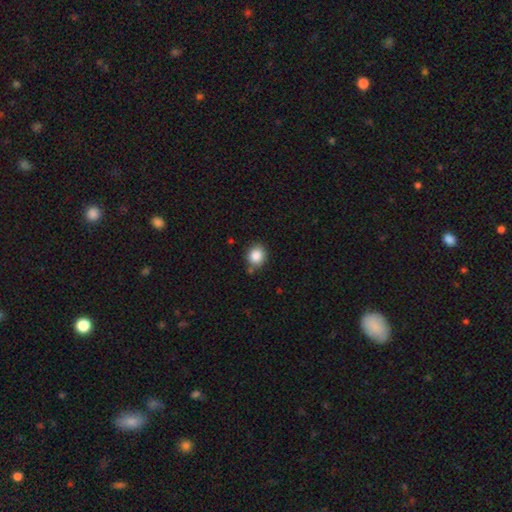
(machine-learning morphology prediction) A smooth galaxy with no disk features (86%) that is round (74%). Merging: none (78%).